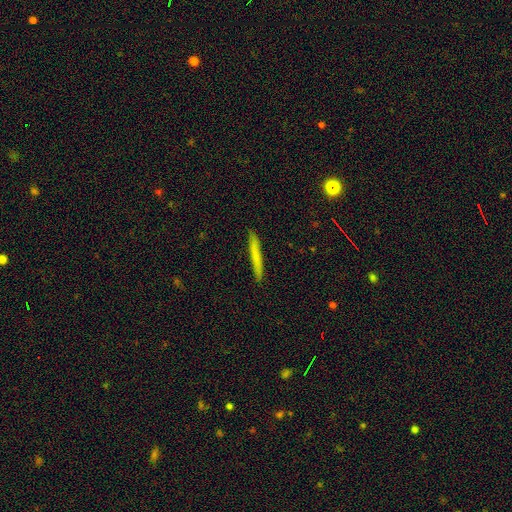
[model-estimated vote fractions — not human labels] Smooth or featured? Predicted: smooth (p=0.69). How rounded? Predicted: cigar-shaped (p=0.97). Merging? Predicted: none (p=0.91).